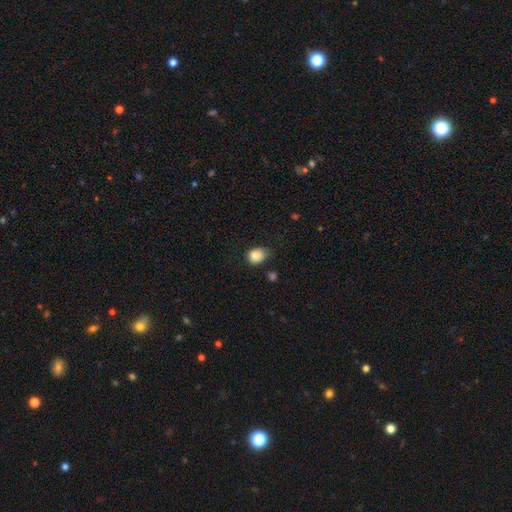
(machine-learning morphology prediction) A smooth galaxy with no disk features (85%) that is round (54%). Merging: none (60%).